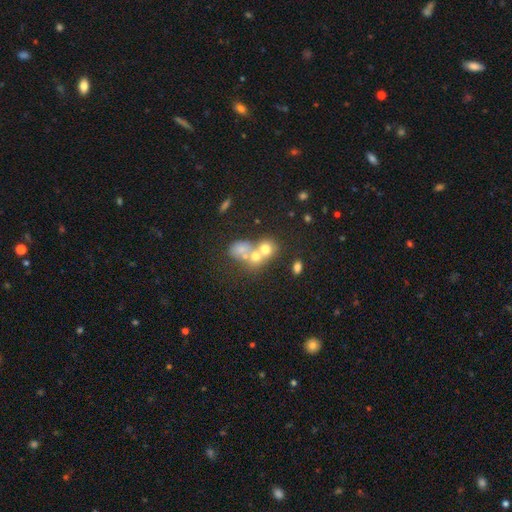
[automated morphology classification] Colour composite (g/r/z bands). It shows a smooth galaxy with no disk features (48%). Merging: merger (56%).